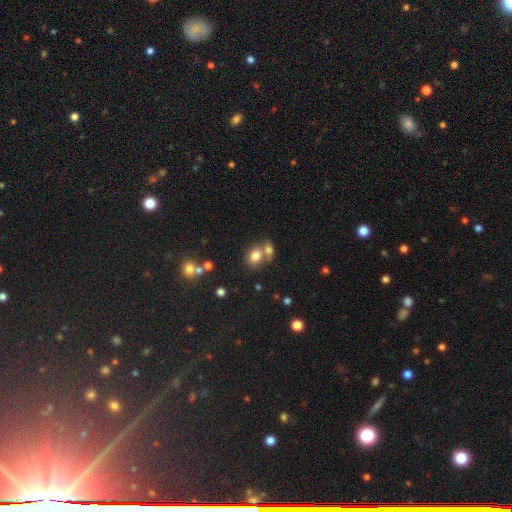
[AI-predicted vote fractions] Smooth or featured? Predicted: smooth (p=0.77). How rounded? Predicted: round (p=0.57). Merging? Predicted: none (p=0.44).